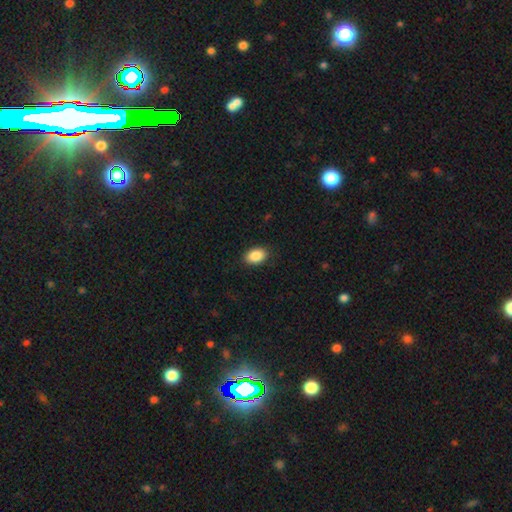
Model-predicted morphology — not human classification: The model was most divided on "how rounded": in between: 88%, round: 11%, cigar-shaped: 1%. More confident: smooth or featured — smooth (89%); merging — none (88%).